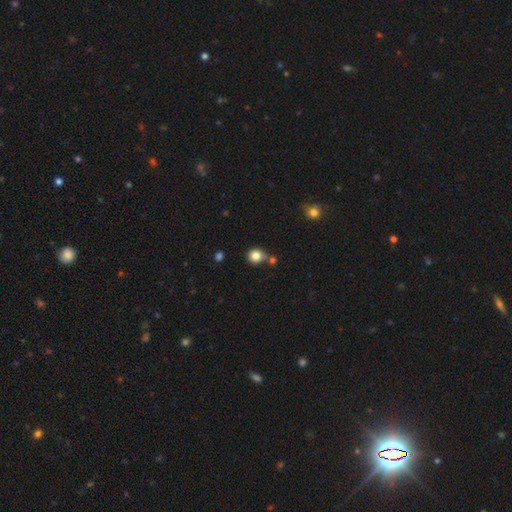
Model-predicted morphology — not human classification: This is clearly a smooth galaxy (82%). How rounded: clearly round (87%). Merging: likely none (68%).